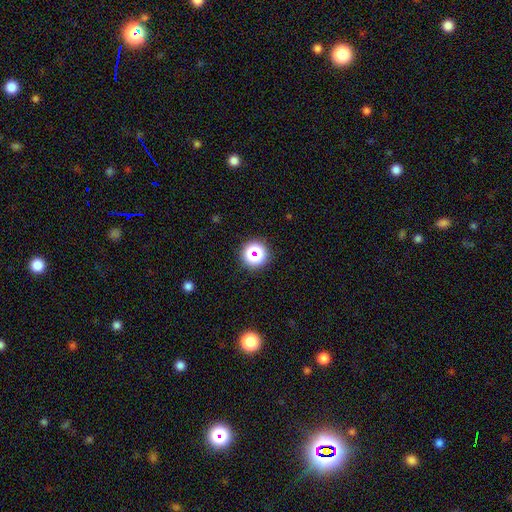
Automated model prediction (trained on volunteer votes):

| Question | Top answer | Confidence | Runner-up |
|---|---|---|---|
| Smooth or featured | star or artifact | 51% | smooth (39%) |